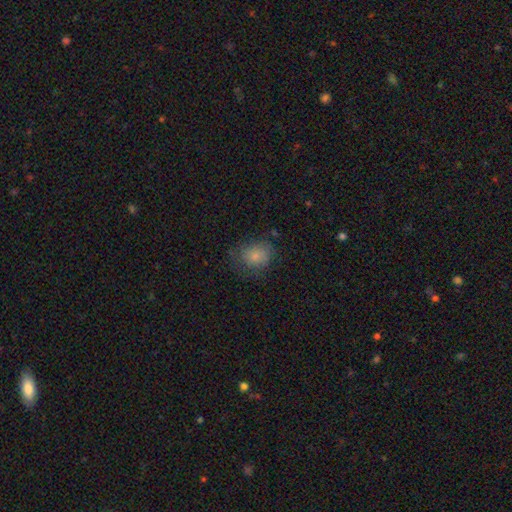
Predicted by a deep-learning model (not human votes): A smooth galaxy with no disk features (80%) that is round (54%).

Vote fractions:
- Smooth or featured? smooth: 80% / star or artifact: 10% / featured or disk: 10%
- How rounded? round: 54% / in between: 45% / cigar-shaped: 1%
- Merging? none: 64% / minor disturbance: 24% / major disturbance: 10% / merger: 2%